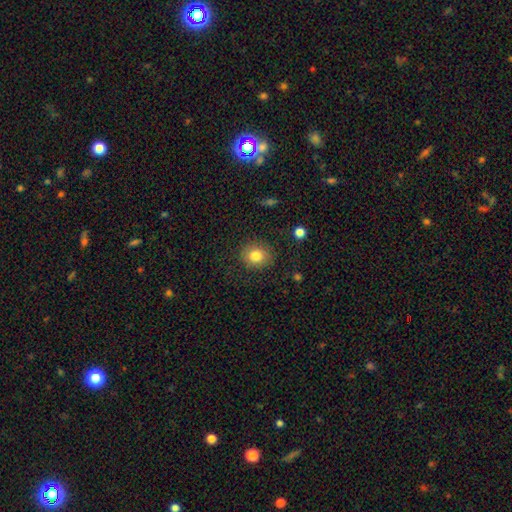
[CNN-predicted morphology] Q: Smooth or featured?
A: smooth (82%); runner-up: star or artifact (10%)
Q: How rounded?
A: round (77%); runner-up: in between (22%)
Q: Merging?
A: none (87%); runner-up: minor disturbance (9%)